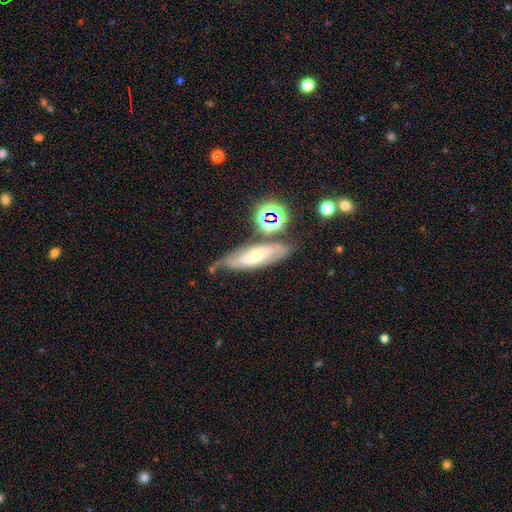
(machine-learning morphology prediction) Smooth or featured? featured or disk (56%)
Edge-on disk? no (67%)
Merging? none (60%)